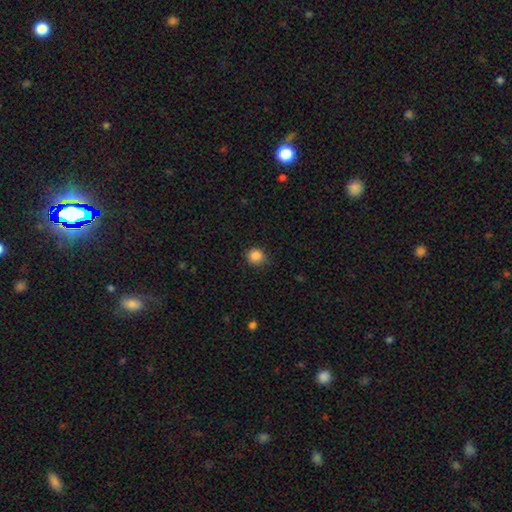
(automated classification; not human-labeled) Q: Smooth or featured?
A: smooth (86%); runner-up: star or artifact (10%)
Q: How rounded?
A: round (88%); runner-up: in between (11%)
Q: Merging?
A: none (84%); runner-up: minor disturbance (12%)